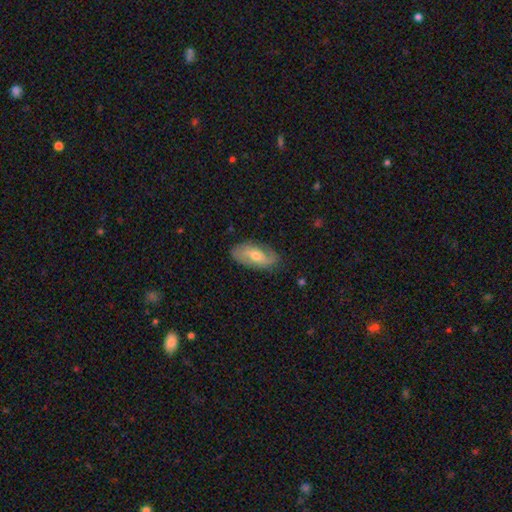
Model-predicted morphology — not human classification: Smooth or featured: featured or disk — 59% (smooth — 35%)
Edge-on disk: no — 91% (yes — 9%)
Bar: no — 49% (weak — 38%)
Spiral arms: yes — 82% (no — 18%)
Bulge size: moderate — 56% (small — 39%)
Merging: none — 79% (minor disturbance — 16%)